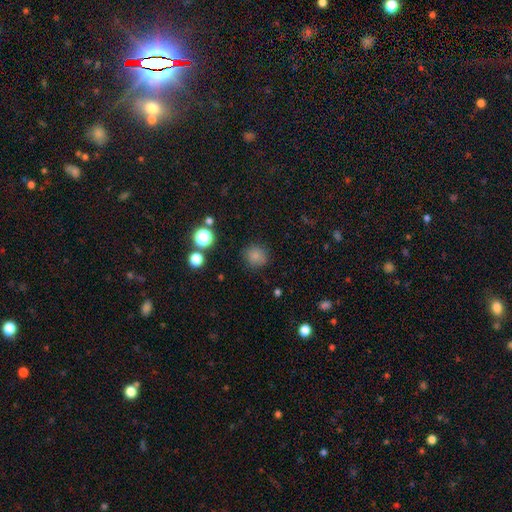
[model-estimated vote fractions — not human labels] This appears to be a smooth galaxy with no disk features (81%) that is round (90%). Merging: none (85%).